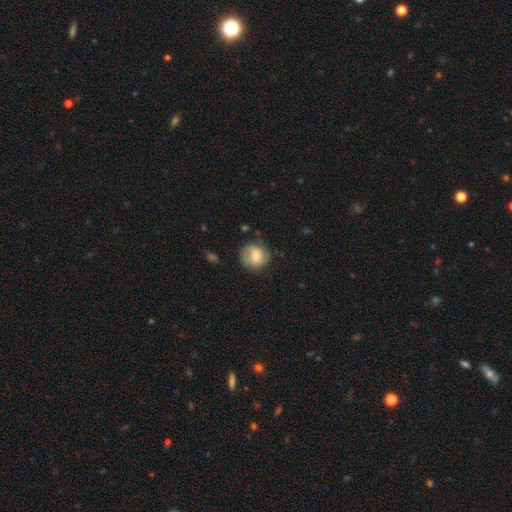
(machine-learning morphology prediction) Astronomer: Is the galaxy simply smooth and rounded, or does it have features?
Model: smooth — 75%.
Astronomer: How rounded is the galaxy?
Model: round — 79%.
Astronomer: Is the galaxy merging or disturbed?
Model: none — 65%.